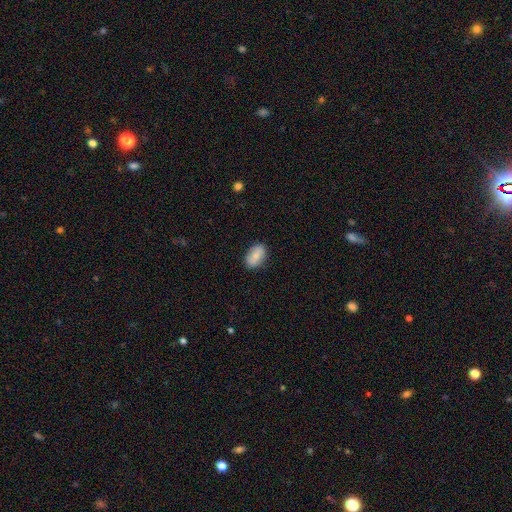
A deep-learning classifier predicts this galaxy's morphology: Q: Smooth or featured?
A: smooth (74%); runner-up: featured or disk (19%)
Q: How rounded?
A: in between (90%); runner-up: round (8%)
Q: Merging?
A: none (86%); runner-up: minor disturbance (11%)